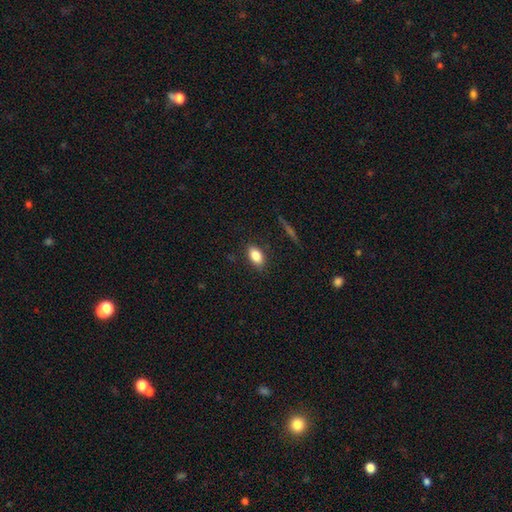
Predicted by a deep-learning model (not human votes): smooth-or-featured: smooth: 84% | star or artifact: 8% | featured or disk: 7%
  how-rounded: in between: 88% | round: 8% | cigar-shaped: 4%
  merging: none: 85% | minor disturbance: 11% | major disturbance: 3% | merger: 1%